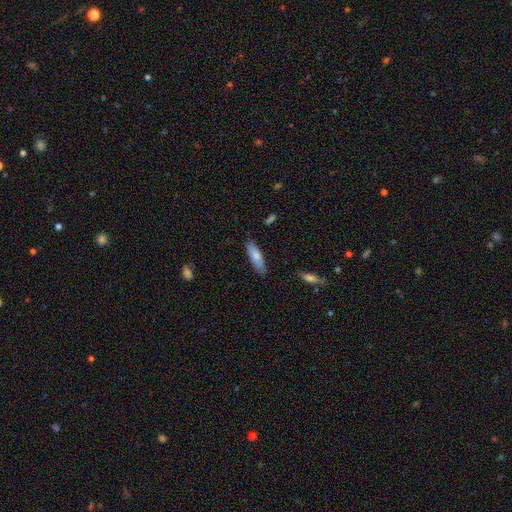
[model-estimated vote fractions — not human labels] A smooth galaxy with no disk features (78%) that is cigar-shaped (54%). Merging: none (83%).